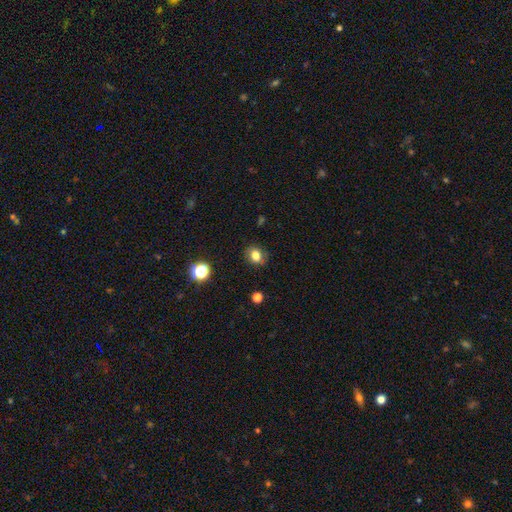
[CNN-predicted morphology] Smooth or featured? Predicted: smooth (p=0.79). How rounded? Predicted: round (p=0.58). Merging? Predicted: none (p=0.82).